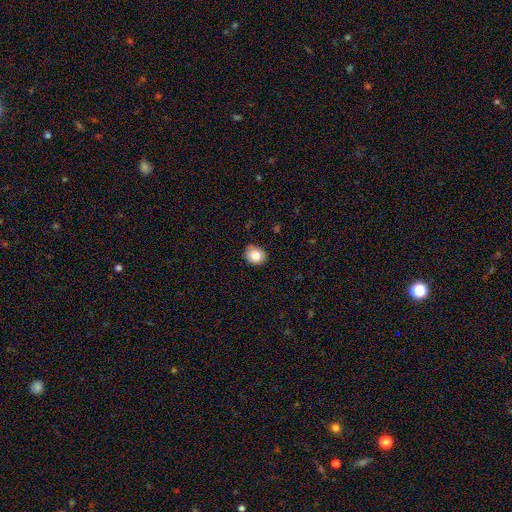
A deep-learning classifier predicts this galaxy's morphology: smooth 82%, star or artifact 9%, featured or disk 9%. Down the decision tree: how rounded — round (67%); merging — none (80%).